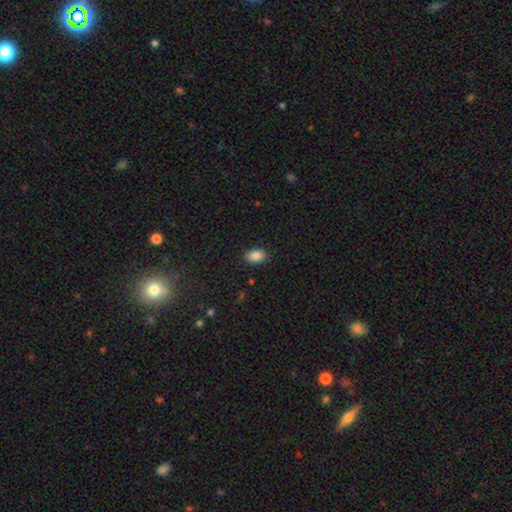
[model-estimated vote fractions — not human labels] smooth_or_featured: smooth (p=0.88) [alt: star or artifact p=0.08]
how_rounded: in between (p=0.89) [alt: round p=0.10]
merging: none (p=0.87) [alt: minor disturbance p=0.10]